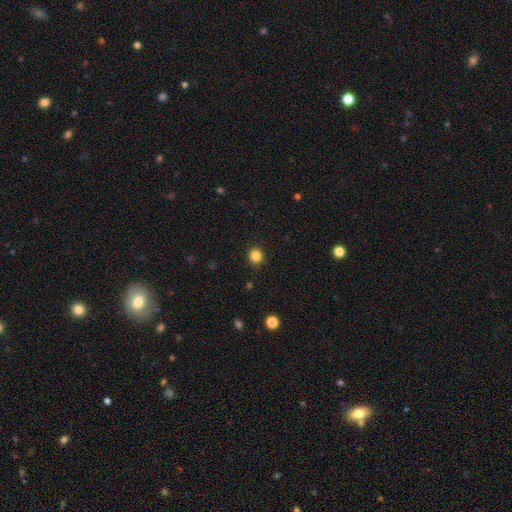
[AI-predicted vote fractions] Morphology: type=smooth (84%); roundness=round (89%); merging=none (91%).